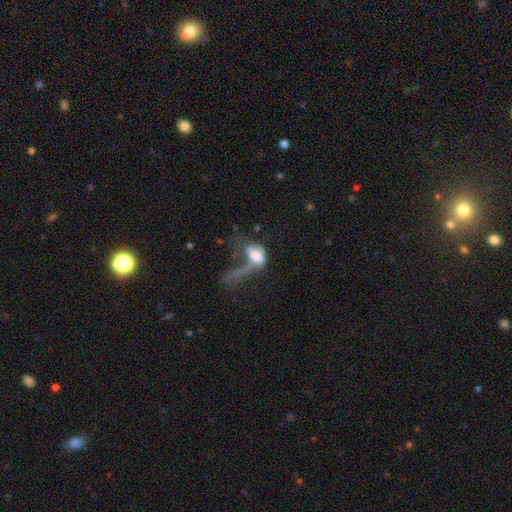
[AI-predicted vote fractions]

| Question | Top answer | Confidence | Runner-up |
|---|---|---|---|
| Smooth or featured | smooth | 55% | featured or disk (34%) |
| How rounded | in between | 83% | round (10%) |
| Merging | major disturbance | 61% | merger (18%) |